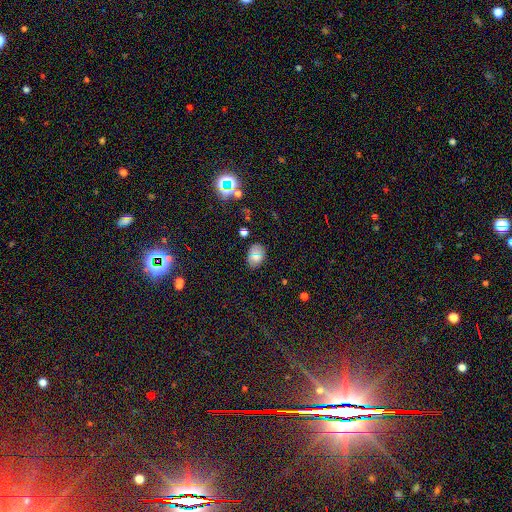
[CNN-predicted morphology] Q: Smooth or featured?
A: smooth (67%); runner-up: star or artifact (20%)
Q: How rounded?
A: in between (79%); runner-up: round (20%)
Q: Merging?
A: none (78%); runner-up: minor disturbance (15%)